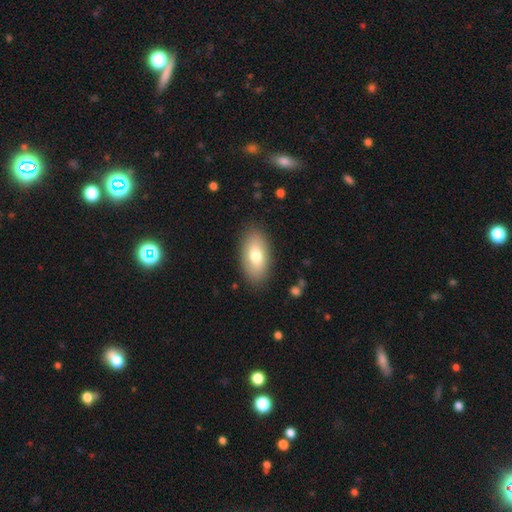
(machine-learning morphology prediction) Overall: smooth (74%). How rounded: in between (92%). Merging: none (86%).